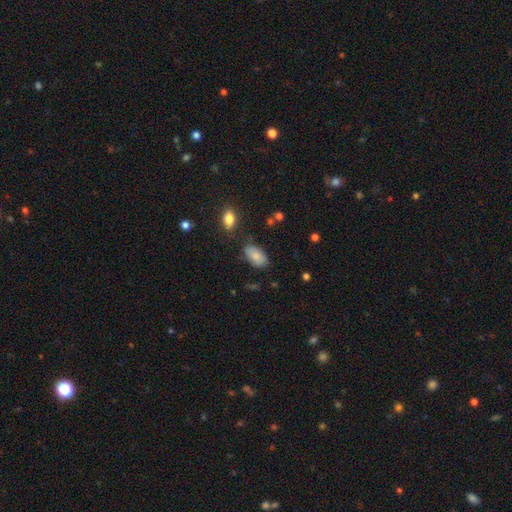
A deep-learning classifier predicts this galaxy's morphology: A smooth galaxy with no disk features (81%) that is in between round and cigar-shaped (94%). Merging: none (72%).